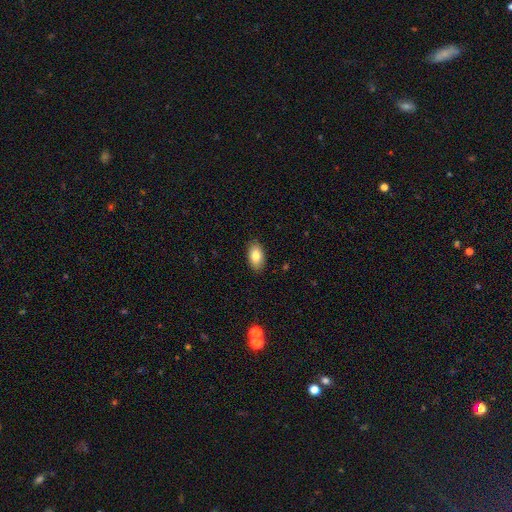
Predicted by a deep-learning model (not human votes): smooth_or_featured: smooth (p=0.82) [alt: featured or disk p=0.11]
how_rounded: in between (p=0.93) [alt: round p=0.05]
merging: none (p=0.88) [alt: minor disturbance p=0.09]